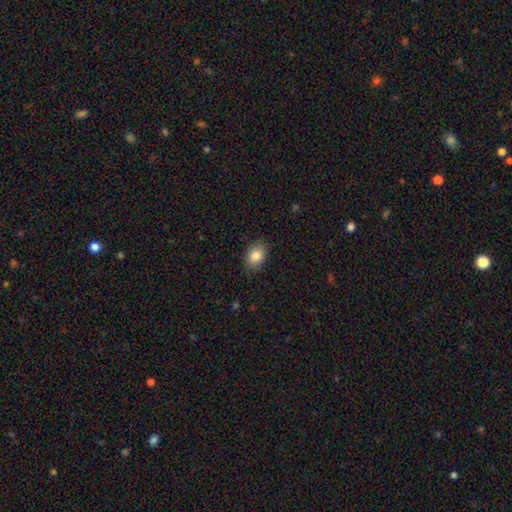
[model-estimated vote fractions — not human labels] A smooth galaxy with no disk features (85%) that is in between round and cigar-shaped (81%).

Vote fractions:
- Smooth or featured? smooth: 85% / star or artifact: 8% / featured or disk: 7%
- How rounded? in between: 81% / round: 17% / cigar-shaped: 1%
- Merging? none: 85% / minor disturbance: 12% / major disturbance: 3% / merger: 1%